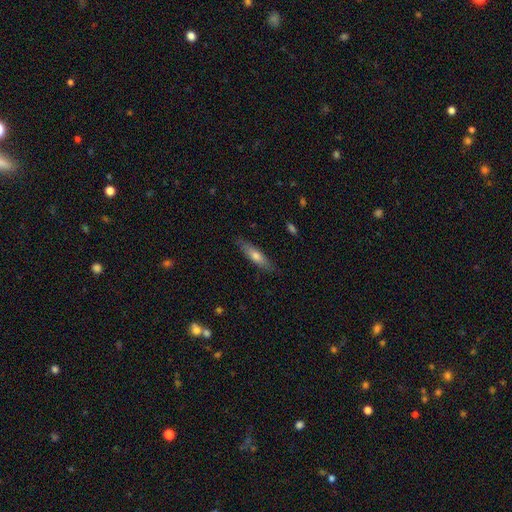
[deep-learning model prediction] Overall: smooth (62%; featured or disk 32%). How rounded: cigar-shaped (75%). Merging: none (85%).